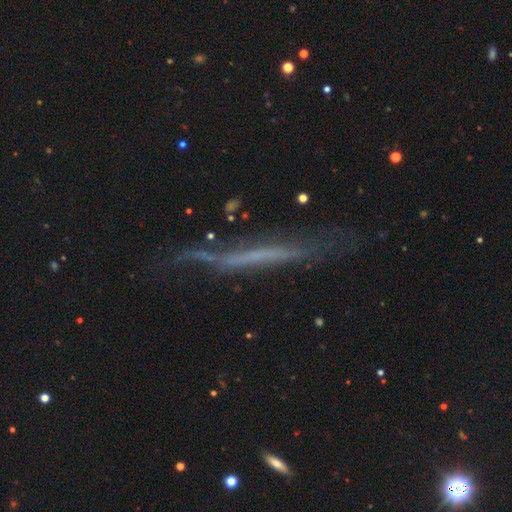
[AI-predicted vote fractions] Smooth or featured? Predicted: featured or disk (p=0.63). Edge-on disk? Predicted: yes (p=0.77). Merging? Predicted: none (p=0.49).